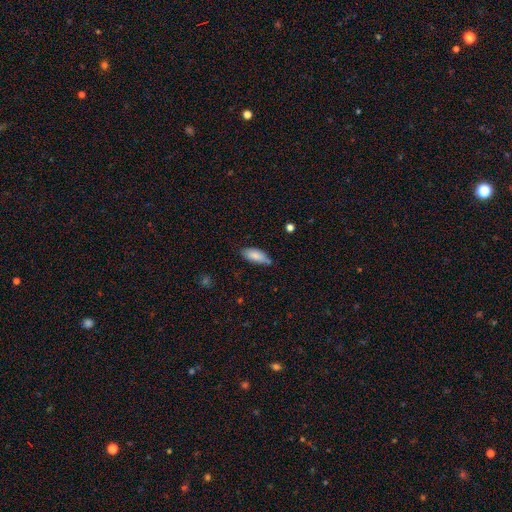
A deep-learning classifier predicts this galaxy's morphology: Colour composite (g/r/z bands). It shows a smooth galaxy with no disk features (85%) that is in between round and cigar-shaped (83%). Merging: none (67%).